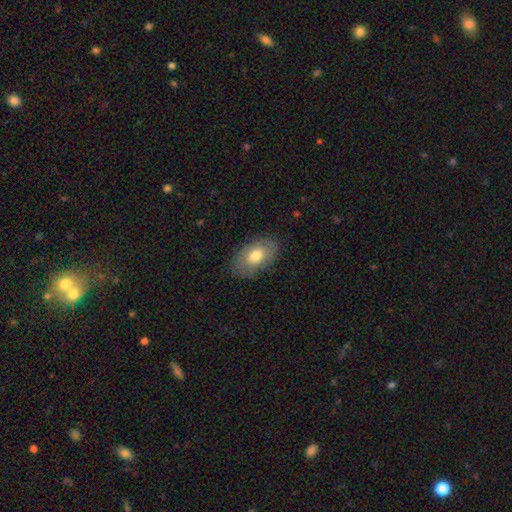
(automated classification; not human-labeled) This appears to be a smooth galaxy with no disk features (69%) that is in between round and cigar-shaped (91%). Merging: none (81%).